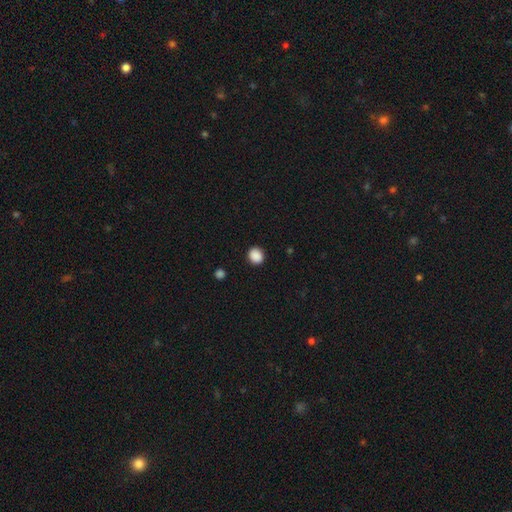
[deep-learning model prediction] The model was most divided on "how rounded": round: 81%, in between: 18%, cigar-shaped: 1%. More confident: merging — none (91%); smooth or featured — smooth (89%).